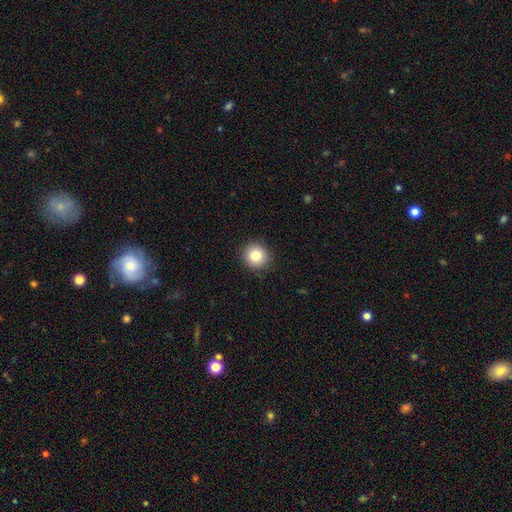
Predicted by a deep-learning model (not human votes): Smooth or featured?
  - smooth: 82% *
  - star or artifact: 11%
  - featured or disk: 8%
How rounded?
  - round: 93% *
  - in between: 6%
  - cigar-shaped: 1%
Merging?
  - none: 91% *
  - minor disturbance: 6%
  - major disturbance: 2%
  - merger: 1%